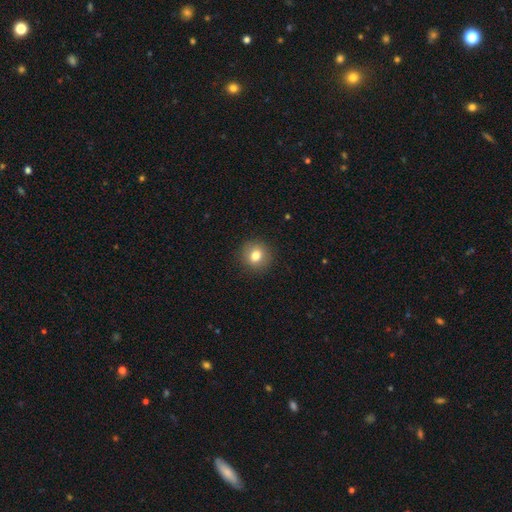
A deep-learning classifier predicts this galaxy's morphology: Overall: smooth (79%). How rounded: round (87%). Merging: none (90%).